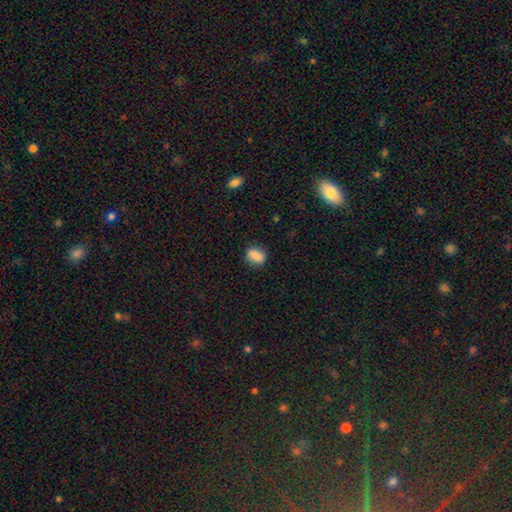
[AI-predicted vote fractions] Smooth or featured? smooth (87%)
How rounded? in between (71%)
Merging? none (81%)